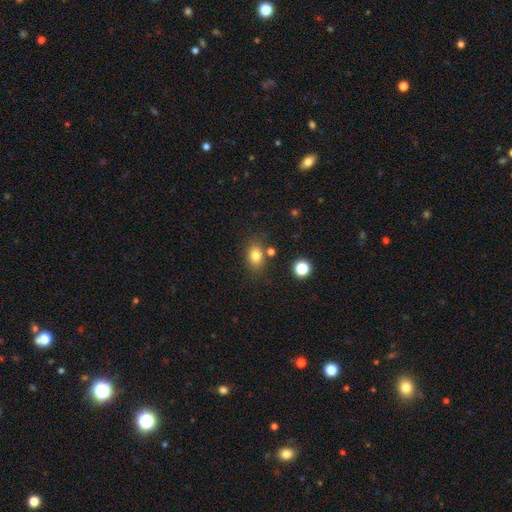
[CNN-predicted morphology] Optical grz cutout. It shows a smooth galaxy with no disk features (79%) that is in between round and cigar-shaped (70%). Merging: none (75%).